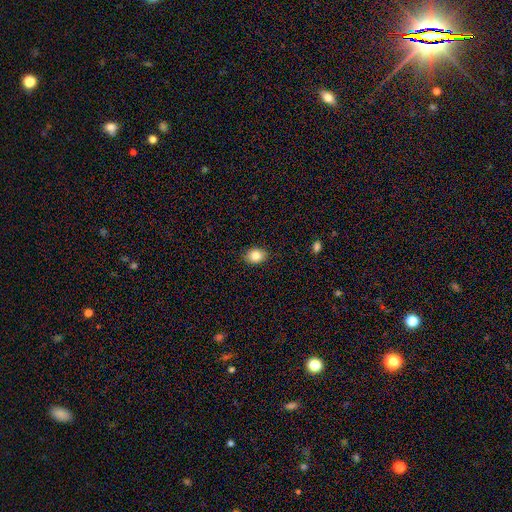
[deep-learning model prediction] Overall: smooth (84%). How rounded: in between (63%; round 36%). Merging: none (89%).